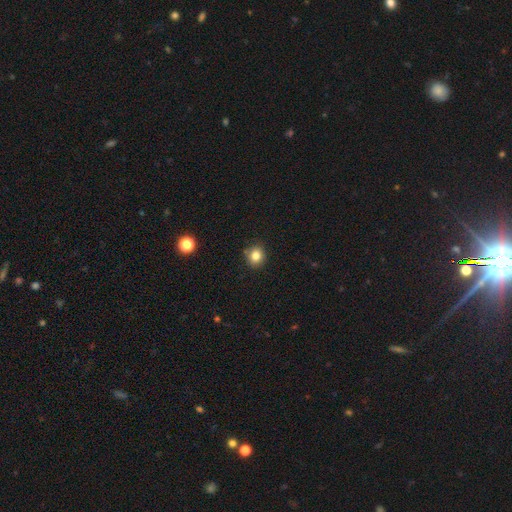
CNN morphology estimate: Q: Smooth or featured?
A: smooth (81%); runner-up: star or artifact (12%)
Q: How rounded?
A: round (85%); runner-up: in between (14%)
Q: Merging?
A: none (86%); runner-up: minor disturbance (10%)